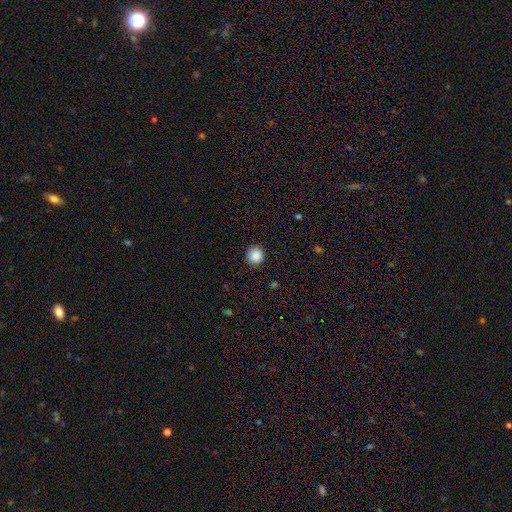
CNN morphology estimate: smooth_or_featured: smooth (p=0.88) [alt: star or artifact p=0.10]
how_rounded: round (p=0.91) [alt: in between p=0.08]
merging: none (p=0.89) [alt: minor disturbance p=0.08]